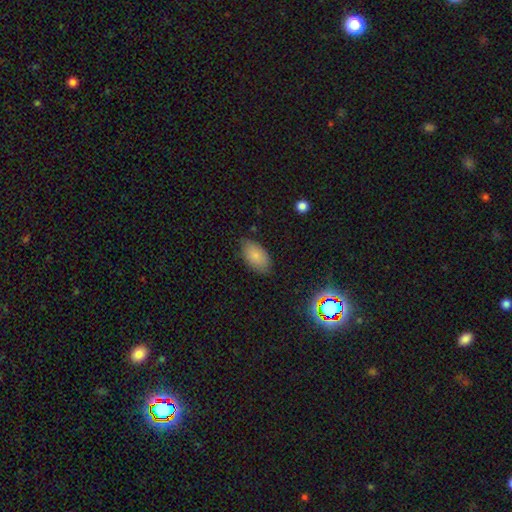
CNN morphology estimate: This appears to be a smooth galaxy with no disk features (83%) that is in between round and cigar-shaped (94%). Merging: none (76%).